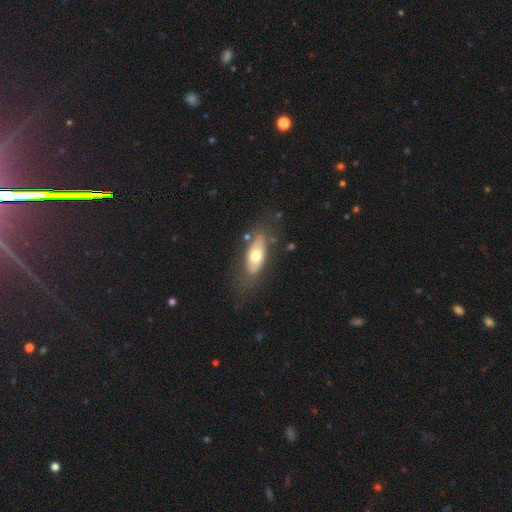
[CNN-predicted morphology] Smooth or featured: smooth — 57% (featured or disk — 37%)
How rounded: in between — 80% (cigar-shaped — 17%)
Merging: none — 70% (minor disturbance — 18%)